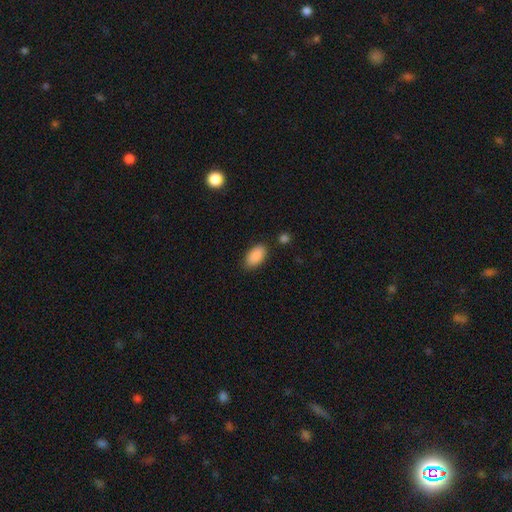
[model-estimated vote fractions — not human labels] Morphology: type=smooth (89%); roundness=in between (93%); merging=none (83%).